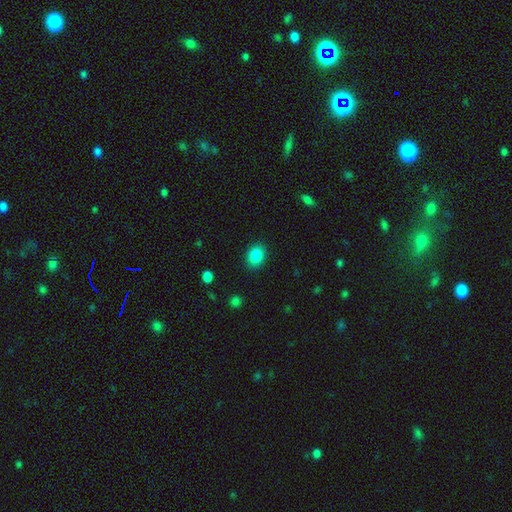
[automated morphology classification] Q: Smooth or featured?
A: smooth (87%); runner-up: star or artifact (9%)
Q: How rounded?
A: in between (52%); runner-up: round (47%)
Q: Merging?
A: none (87%); runner-up: minor disturbance (9%)